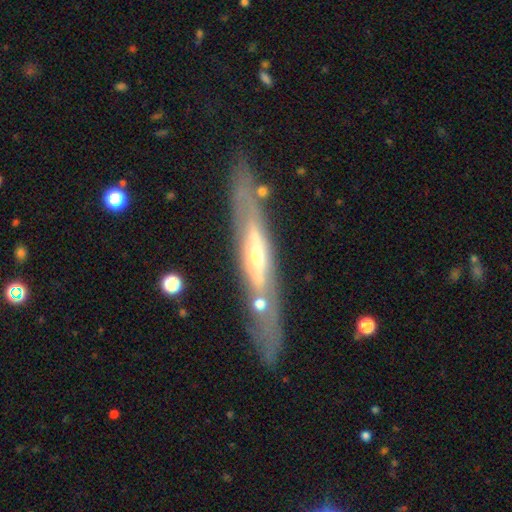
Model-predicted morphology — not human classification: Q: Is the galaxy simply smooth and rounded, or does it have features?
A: featured or disk — 76%.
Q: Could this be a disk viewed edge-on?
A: yes — 70%.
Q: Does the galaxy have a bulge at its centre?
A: rounded — 71%.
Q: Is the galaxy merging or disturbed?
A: none — 79%.